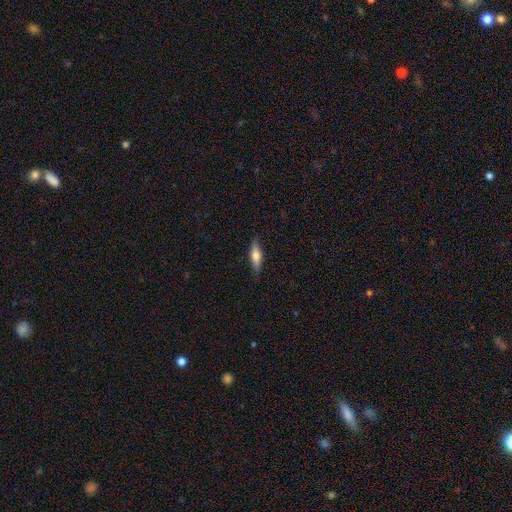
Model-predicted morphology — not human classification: Smooth or featured?
  - smooth: 62% *
  - featured or disk: 31%
  - star or artifact: 6%
How rounded?
  - cigar-shaped: 55% *
  - in between: 42%
  - round: 2%
Merging?
  - none: 84% *
  - minor disturbance: 13%
  - major disturbance: 2%
  - merger: 1%